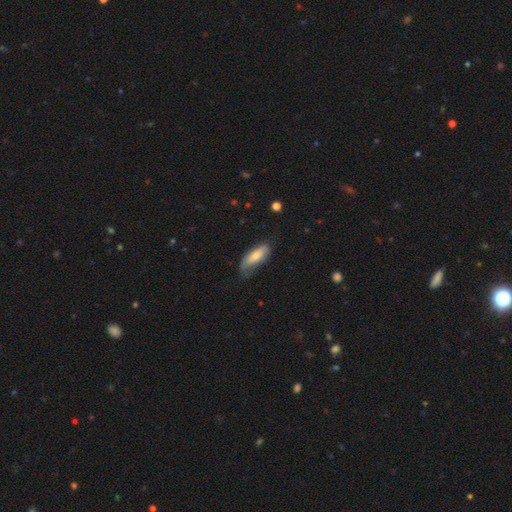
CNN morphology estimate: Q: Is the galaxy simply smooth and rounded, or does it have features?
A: smooth — 68%.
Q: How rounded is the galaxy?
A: in between — 65%.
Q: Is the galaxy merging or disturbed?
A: none — 54%.